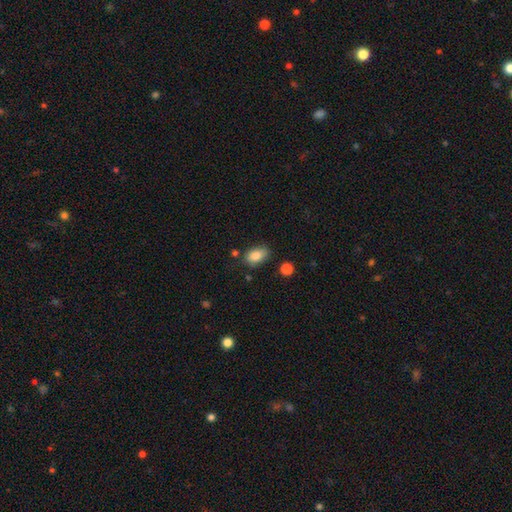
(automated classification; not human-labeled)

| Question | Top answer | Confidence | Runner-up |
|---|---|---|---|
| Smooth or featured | smooth | 85% | star or artifact (8%) |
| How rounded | in between | 88% | round (10%) |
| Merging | none | 73% | minor disturbance (19%) |